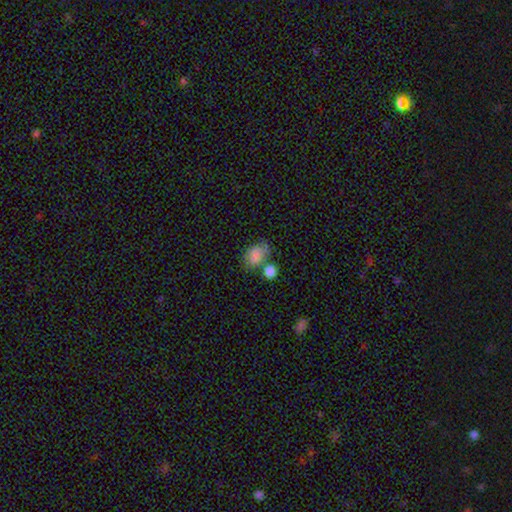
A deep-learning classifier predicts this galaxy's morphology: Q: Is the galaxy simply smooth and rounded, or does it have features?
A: smooth — 79%.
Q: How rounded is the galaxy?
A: in between — 72%.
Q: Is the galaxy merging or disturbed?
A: none — 46%.